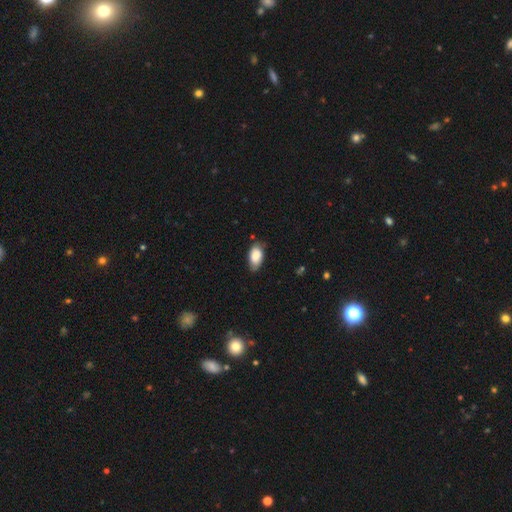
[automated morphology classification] smooth-or-featured: smooth: 84% | featured or disk: 9% | star or artifact: 6%
  how-rounded: in between: 94% | round: 3% | cigar-shaped: 3%
  merging: none: 71% | minor disturbance: 24% | major disturbance: 4% | merger: 1%